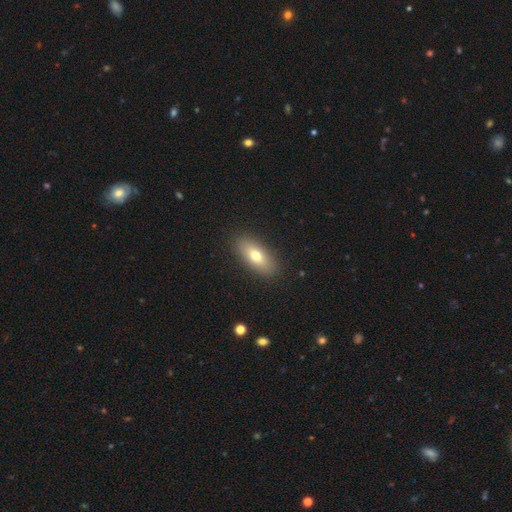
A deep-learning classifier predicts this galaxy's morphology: type=smooth (71%); roundness=in between (80%); merging=none (89%).